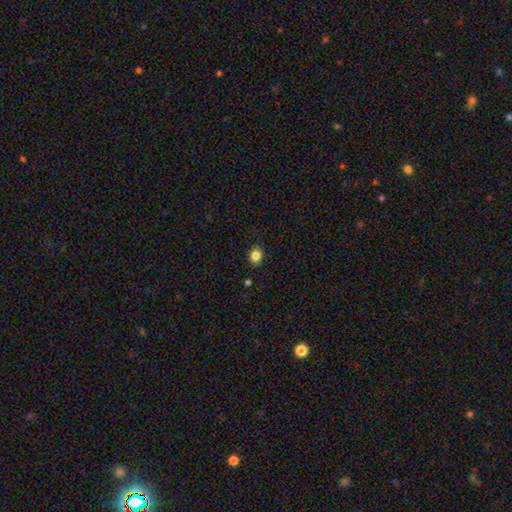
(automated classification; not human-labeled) Morphology: type=smooth (84%); roundness=round (58%); merging=none (89%).